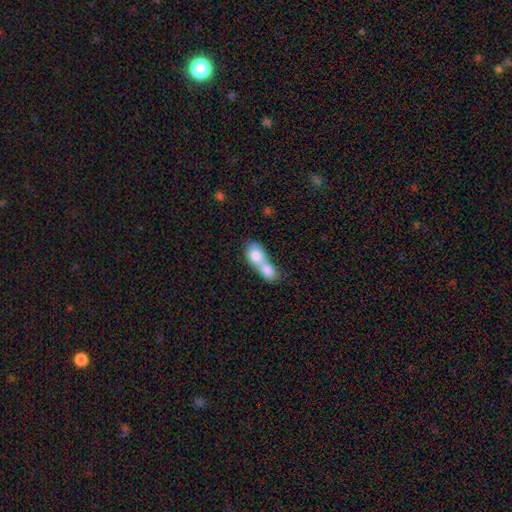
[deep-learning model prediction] Smooth or featured? Predicted: smooth (p=0.75). How rounded? Predicted: in between (p=0.60). Merging? Predicted: merger (p=0.82).